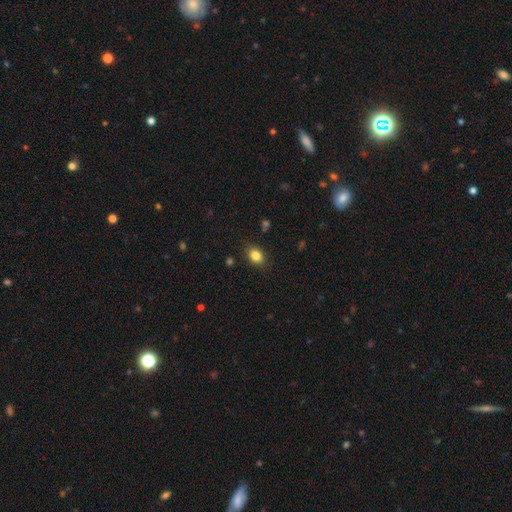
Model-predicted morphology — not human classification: Smooth or featured?
  - smooth: 84% *
  - star or artifact: 10%
  - featured or disk: 6%
How rounded?
  - in between: 68% *
  - round: 30%
  - cigar-shaped: 1%
Merging?
  - none: 85% *
  - minor disturbance: 11%
  - major disturbance: 3%
  - merger: 1%